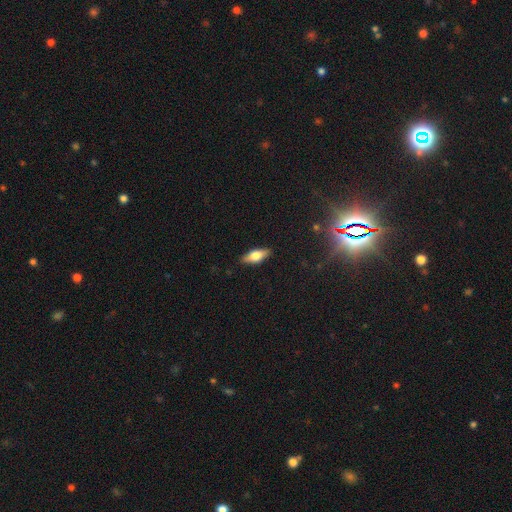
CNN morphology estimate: Smooth or featured?
  - smooth: 58% *
  - featured or disk: 35%
  - star or artifact: 7%
How rounded?
  - in between: 69% *
  - cigar-shaped: 27%
  - round: 3%
Merging?
  - none: 87% *
  - minor disturbance: 9%
  - major disturbance: 2%
  - merger: 1%